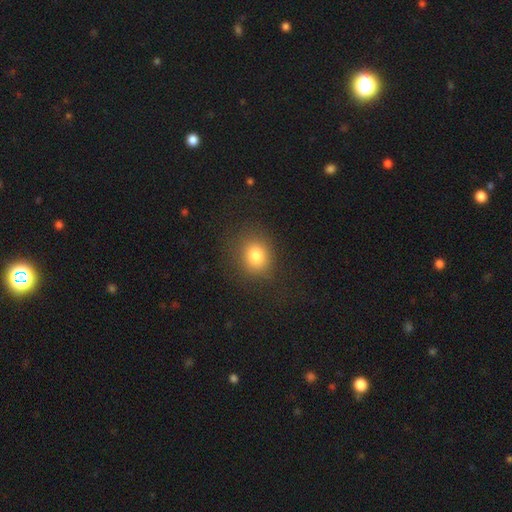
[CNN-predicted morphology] smooth_or_featured: smooth (p=0.81) [alt: star or artifact p=0.12]
how_rounded: round (p=0.67) [alt: in between p=0.32]
merging: none (p=0.82) [alt: minor disturbance p=0.11]